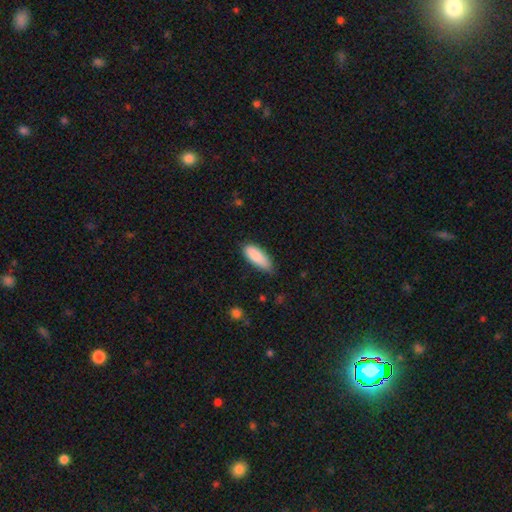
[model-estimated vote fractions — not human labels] Morphology: type=smooth (88%); roundness=in between (70%); merging=none (75%).